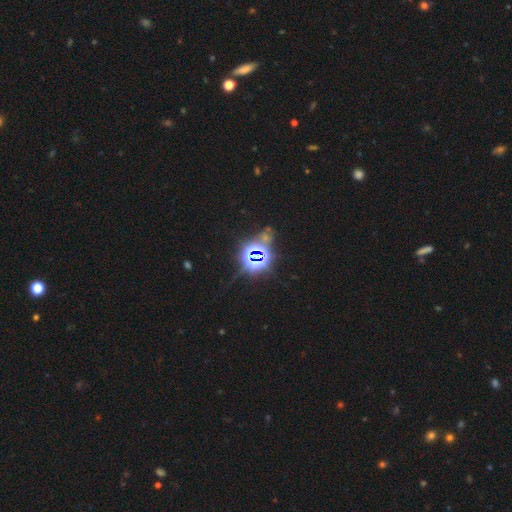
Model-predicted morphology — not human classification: Q: Smooth or featured?
A: star or artifact (79%); runner-up: smooth (12%)